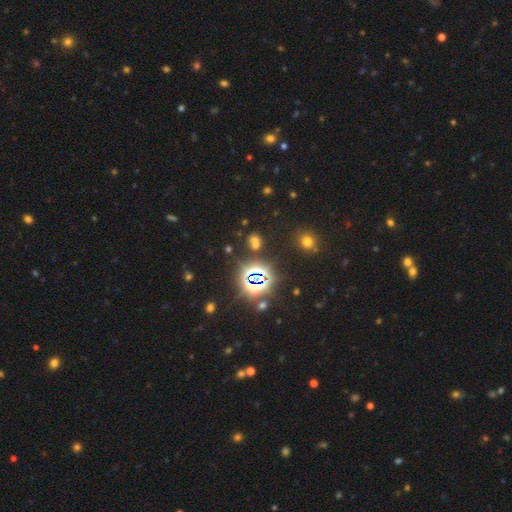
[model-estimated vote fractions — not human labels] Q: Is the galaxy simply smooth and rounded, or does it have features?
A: star or artifact — 80%.